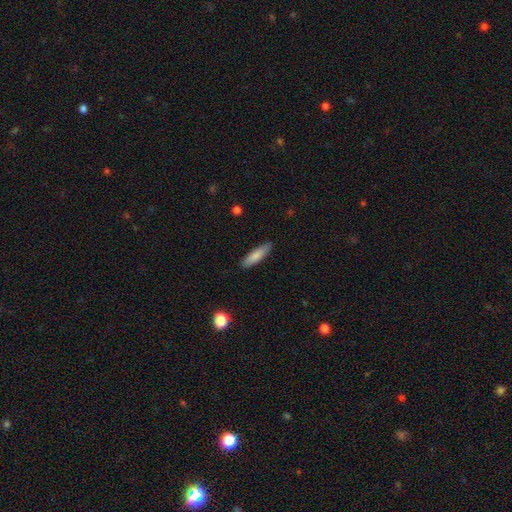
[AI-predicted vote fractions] smooth-or-featured: smooth: 81% | featured or disk: 13% | star or artifact: 6%
  how-rounded: cigar-shaped: 69% | in between: 29% | round: 2%
  merging: none: 87% | minor disturbance: 10% | major disturbance: 2% | merger: 1%